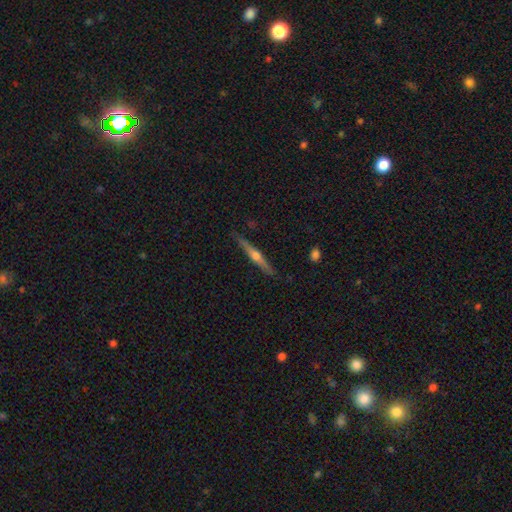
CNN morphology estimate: Overall: featured or disk (70%). Edge-on disk: yes (98%). Edge-on bulge: rounded (91%). Merging: none (87%).